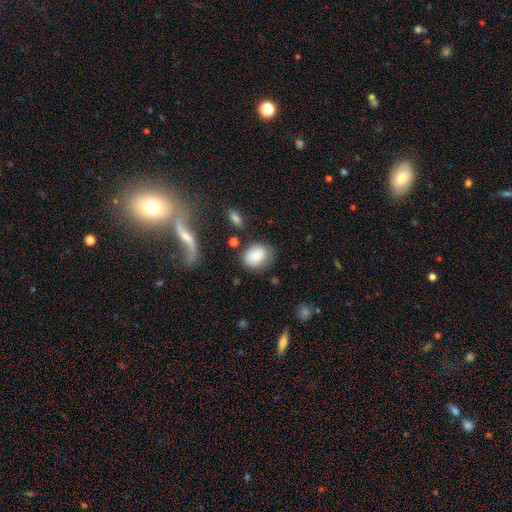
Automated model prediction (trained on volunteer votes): Smooth or featured? Predicted: smooth (p=0.83). How rounded? Predicted: round (p=0.50). Merging? Predicted: none (p=0.70).